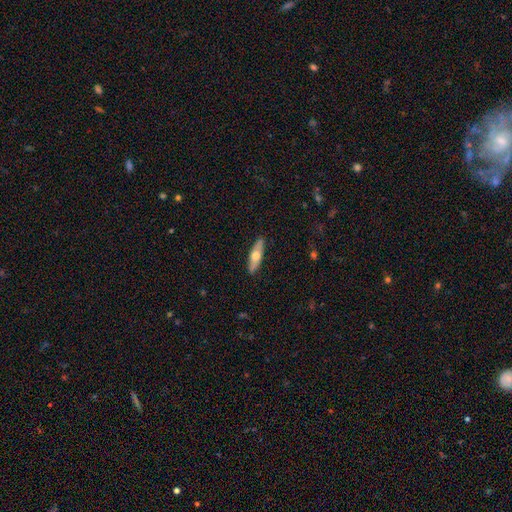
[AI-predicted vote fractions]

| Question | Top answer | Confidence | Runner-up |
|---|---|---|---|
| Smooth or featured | smooth | 52% | featured or disk (43%) |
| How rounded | cigar-shaped | 59% | in between (38%) |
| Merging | none | 90% | minor disturbance (8%) |